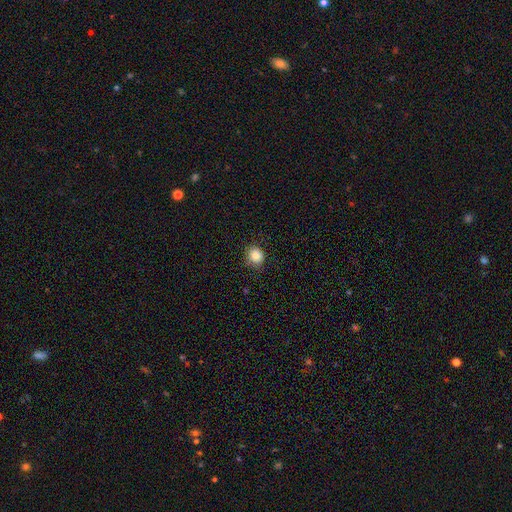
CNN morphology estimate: Smooth or featured? smooth (86%)
How rounded? round (83%)
Merging? none (82%)